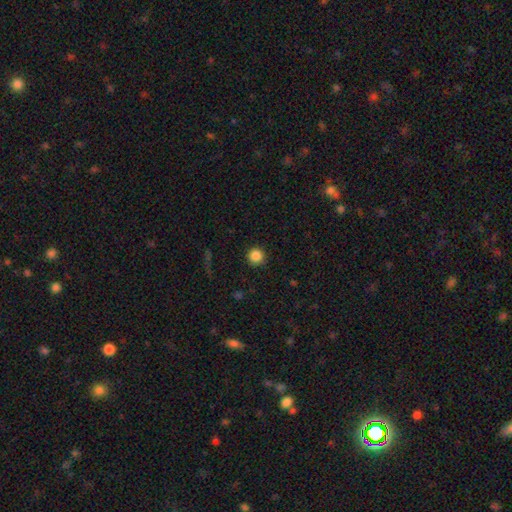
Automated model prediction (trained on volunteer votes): smooth_or_featured: smooth (p=0.85) [alt: star or artifact p=0.11]
how_rounded: round (p=0.96) [alt: in between p=0.03]
merging: none (p=0.91) [alt: minor disturbance p=0.06]